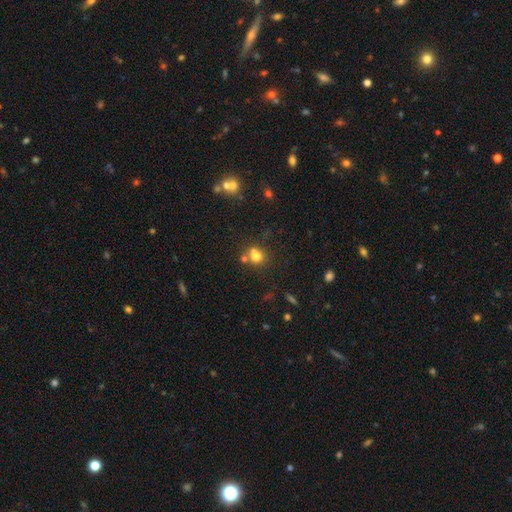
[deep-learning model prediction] A smooth galaxy with no disk features (73%) that is round (80%).

Vote fractions:
- Smooth or featured? smooth: 73% / star or artifact: 15% / featured or disk: 12%
- How rounded? round: 80% / in between: 19% / cigar-shaped: 1%
- Merging? none: 51% / merger: 34% / minor disturbance: 11% / major disturbance: 4%